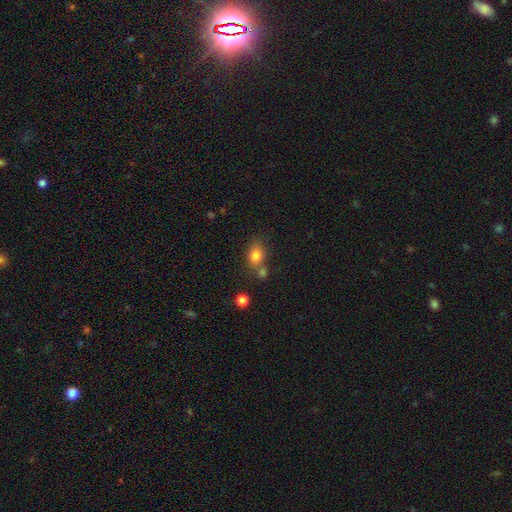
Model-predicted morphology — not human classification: A smooth galaxy with no disk features (81%) that is in between round and cigar-shaped (68%). Merging: none (54%).